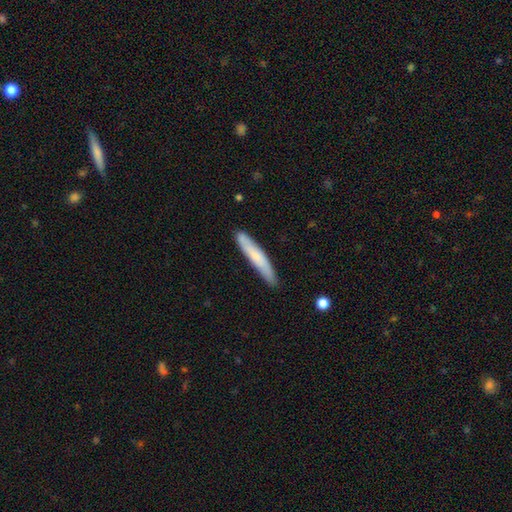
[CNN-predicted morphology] This is likely a smooth galaxy (61%). How rounded: clearly cigar-shaped (92%). Merging: clearly none (84%).